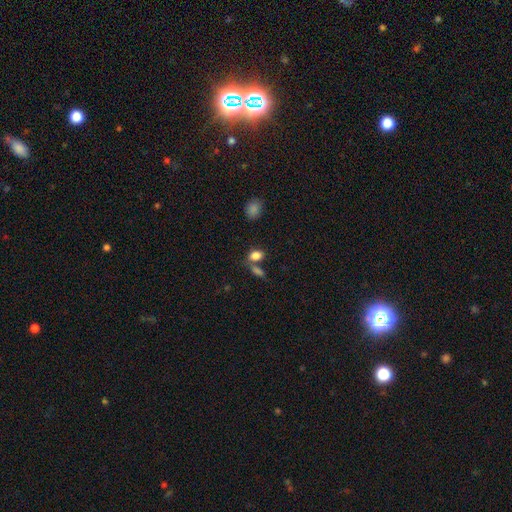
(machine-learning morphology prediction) Q: Smooth or featured?
A: smooth (84%); runner-up: star or artifact (10%)
Q: How rounded?
A: in between (80%); runner-up: round (17%)
Q: Merging?
A: none (52%); runner-up: merger (31%)